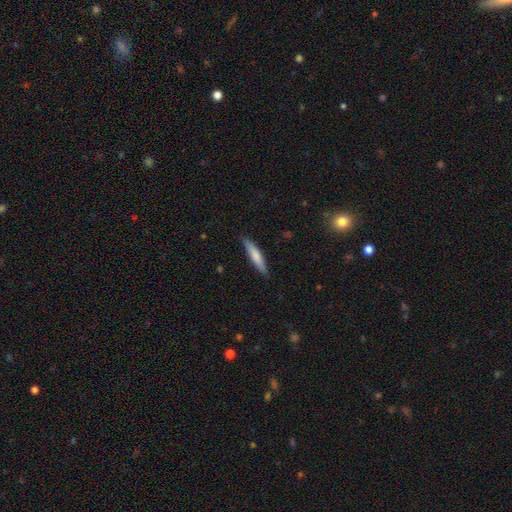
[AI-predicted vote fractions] This appears to be a smooth galaxy with no disk features (72%) that is cigar-shaped (86%). Merging: none (87%).